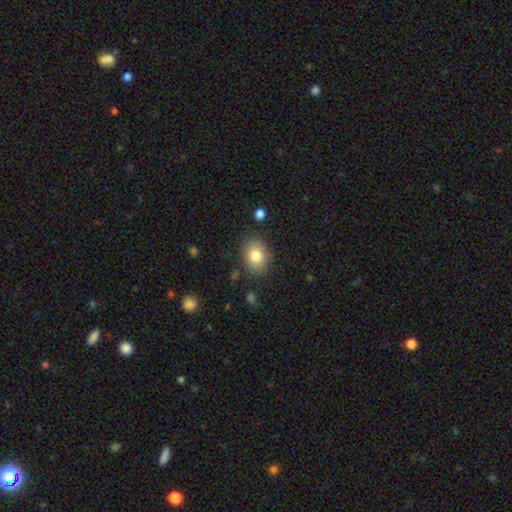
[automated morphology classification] Smooth or featured?
  - smooth: 81% *
  - featured or disk: 10%
  - star or artifact: 8%
How rounded?
  - in between: 68% *
  - round: 31%
  - cigar-shaped: 1%
Merging?
  - none: 83% *
  - minor disturbance: 12%
  - major disturbance: 3%
  - merger: 2%